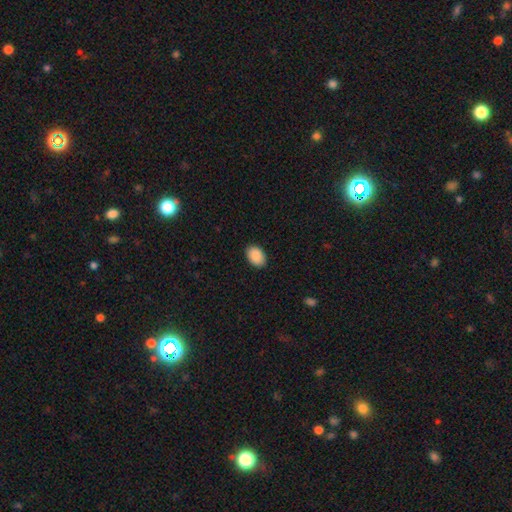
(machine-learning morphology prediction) smooth_or_featured: smooth (p=0.90) [alt: star or artifact p=0.07]
how_rounded: in between (p=0.86) [alt: round p=0.13]
merging: none (p=0.89) [alt: minor disturbance p=0.08]